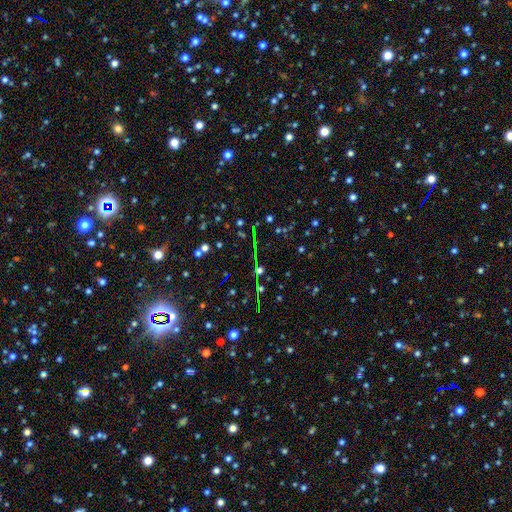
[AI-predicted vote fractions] This is likely a star or artifact rather than a galaxy (78%).